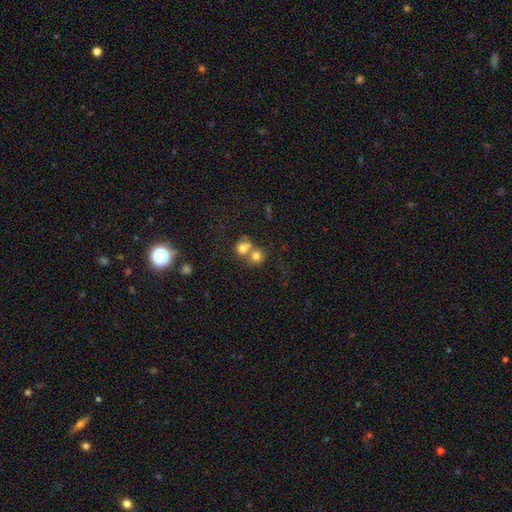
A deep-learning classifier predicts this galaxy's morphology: Smooth or featured? Predicted: smooth (p=0.74). How rounded? Predicted: round (p=0.81). Merging? Predicted: merger (p=0.58).